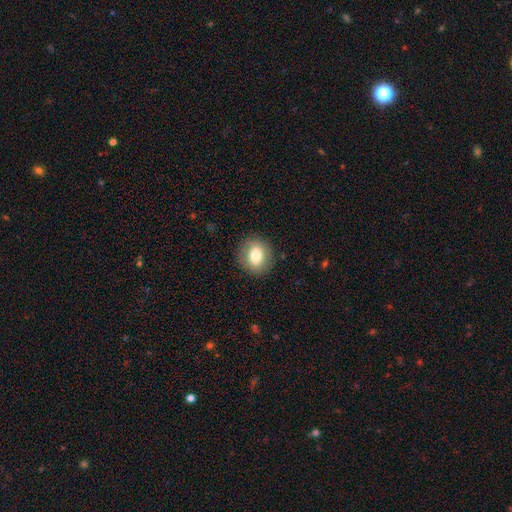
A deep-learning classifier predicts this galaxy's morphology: Smooth or featured? Predicted: smooth (p=0.75). How rounded? Predicted: round (p=0.70). Merging? Predicted: none (p=0.86).